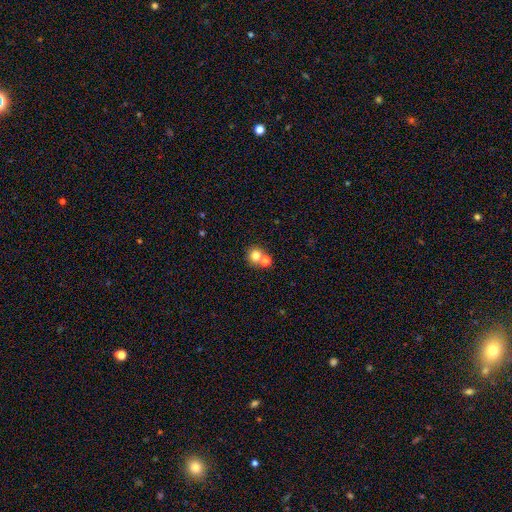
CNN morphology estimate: A smooth galaxy with no disk features (76%) that is round (87%).

Vote fractions:
- Smooth or featured? smooth: 76% / star or artifact: 14% / featured or disk: 11%
- How rounded? round: 87% / in between: 12% / cigar-shaped: 1%
- Merging? none: 52% / merger: 39% / minor disturbance: 6% / major disturbance: 3%